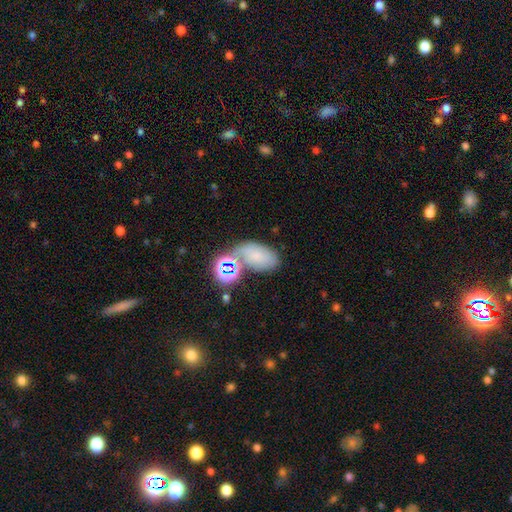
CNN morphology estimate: Smooth or featured? Predicted: smooth (p=0.56). How rounded? Predicted: in between (p=0.86). Merging? Predicted: none (p=0.45).